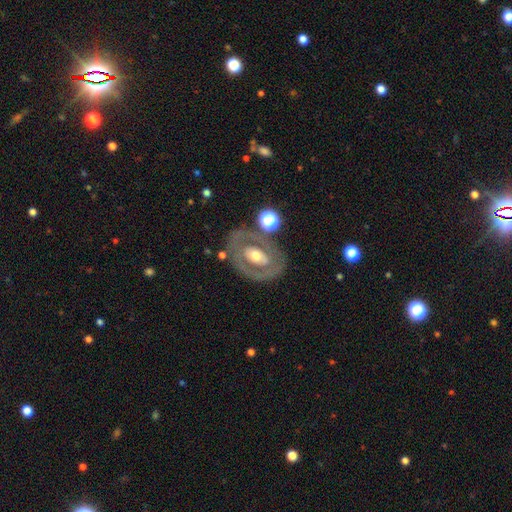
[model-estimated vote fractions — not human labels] Overall: featured or disk (67%). Edge-on disk: no (94%). Bar: no (66%). Spiral arms: no (70%). Bulge size: moderate (65%). Merging: none (72%).